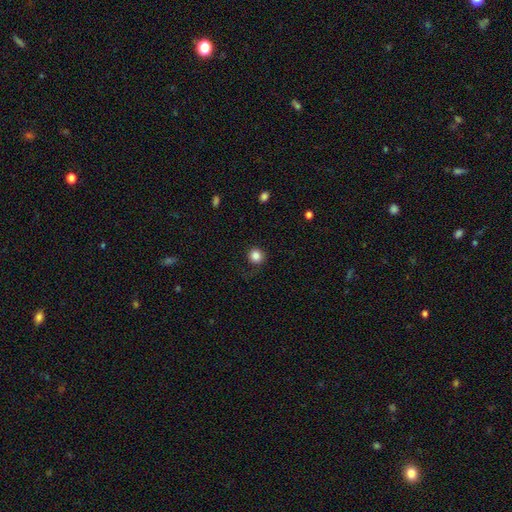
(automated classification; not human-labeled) Smooth or featured: smooth — 85% (star or artifact — 11%)
How rounded: round — 92% (in between — 7%)
Merging: none — 79% (minor disturbance — 13%)